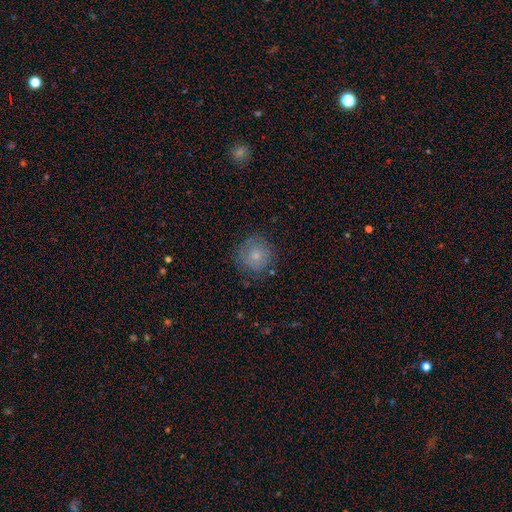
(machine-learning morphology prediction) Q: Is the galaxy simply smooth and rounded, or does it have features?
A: smooth — 76%.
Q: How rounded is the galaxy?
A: round — 93%.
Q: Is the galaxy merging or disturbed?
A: none — 80%.